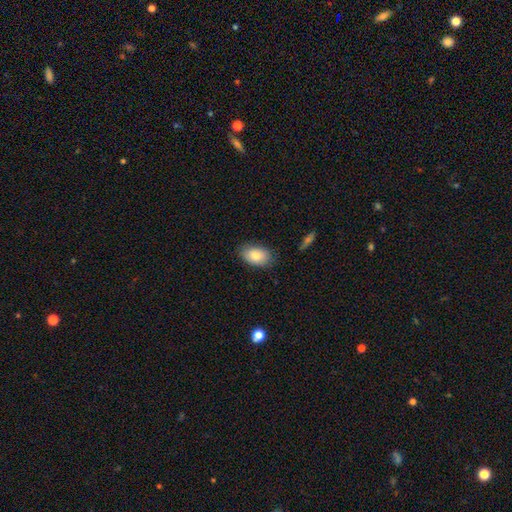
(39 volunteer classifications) This appears to be a smooth galaxy with no disk features (79%) that is in between round and cigar-shaped (87%). Merging: none (71%).